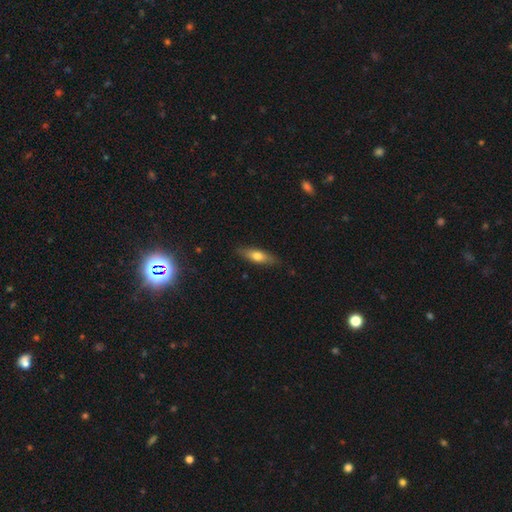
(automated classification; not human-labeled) Overall: smooth (55%; featured or disk 37%). How rounded: cigar-shaped (55%; in between 41%). Merging: none (85%).